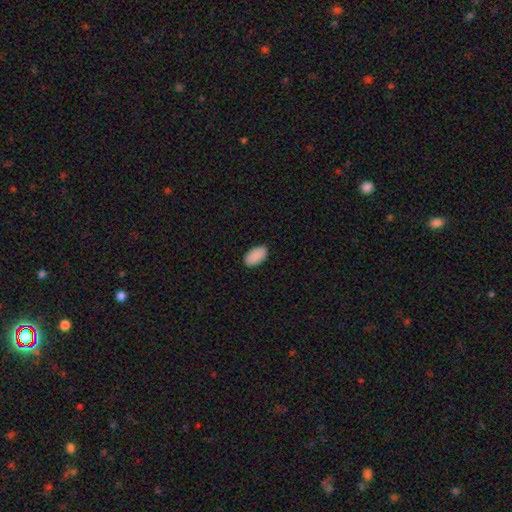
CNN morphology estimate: smooth-or-featured: smooth: 91% | star or artifact: 7% | featured or disk: 3%
  how-rounded: in between: 96% | round: 3% | cigar-shaped: 2%
  merging: none: 89% | minor disturbance: 8% | major disturbance: 2% | merger: 1%